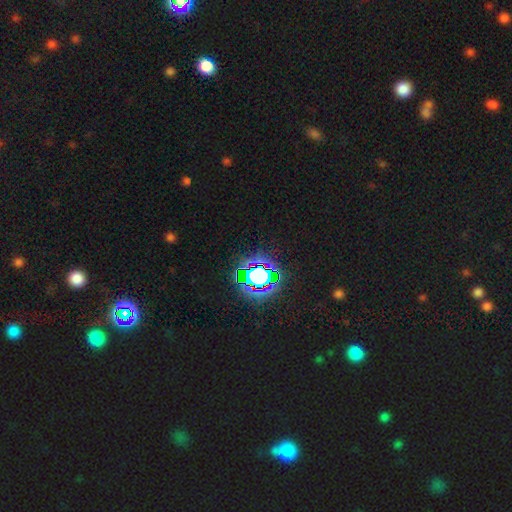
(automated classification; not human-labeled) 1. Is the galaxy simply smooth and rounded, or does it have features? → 81% star or artifact, 11% smooth, 8% featured or disk.